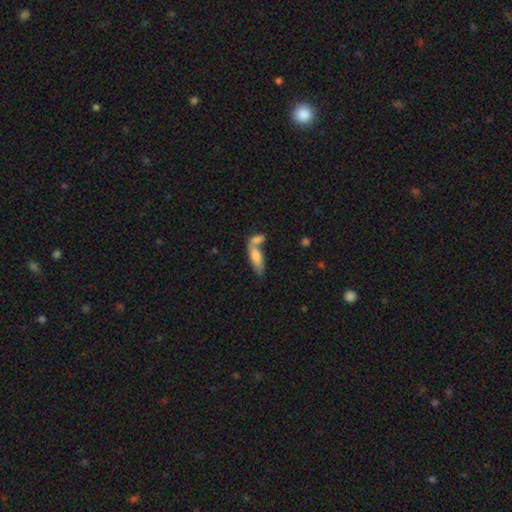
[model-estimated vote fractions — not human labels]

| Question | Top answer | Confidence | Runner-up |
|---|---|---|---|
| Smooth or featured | smooth | 72% | featured or disk (21%) |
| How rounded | in between | 64% | cigar-shaped (33%) |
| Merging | merger | 57% | none (28%) |